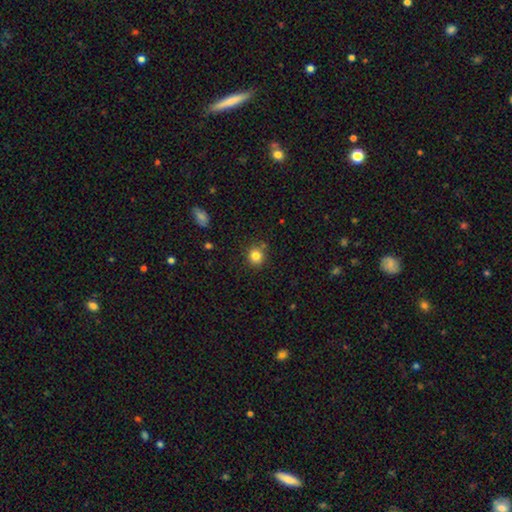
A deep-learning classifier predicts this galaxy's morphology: Smooth or featured? Predicted: smooth (p=0.82). How rounded? Predicted: round (p=0.85). Merging? Predicted: none (p=0.81).